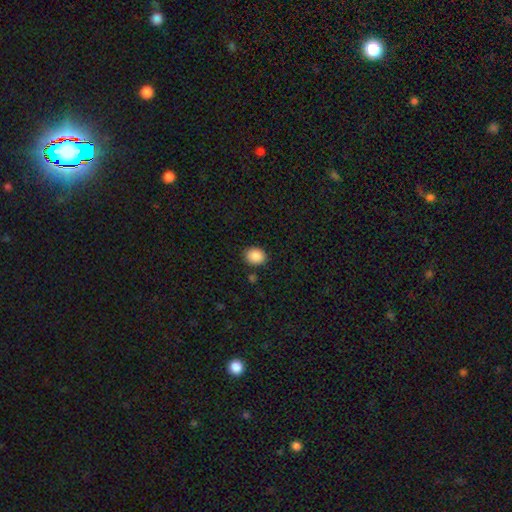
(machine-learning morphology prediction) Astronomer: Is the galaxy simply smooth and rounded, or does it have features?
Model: smooth — 88%.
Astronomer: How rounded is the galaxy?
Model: round — 52% (runner-up: in between, 48%).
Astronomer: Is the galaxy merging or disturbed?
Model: none — 85%.